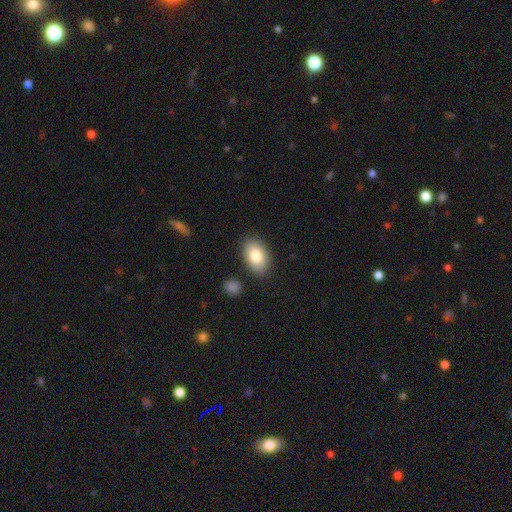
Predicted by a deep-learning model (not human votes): smooth_or_featured: smooth (p=0.83) [alt: featured or disk p=0.10]
how_rounded: in between (p=0.90) [alt: round p=0.08]
merging: none (p=0.84) [alt: minor disturbance p=0.10]